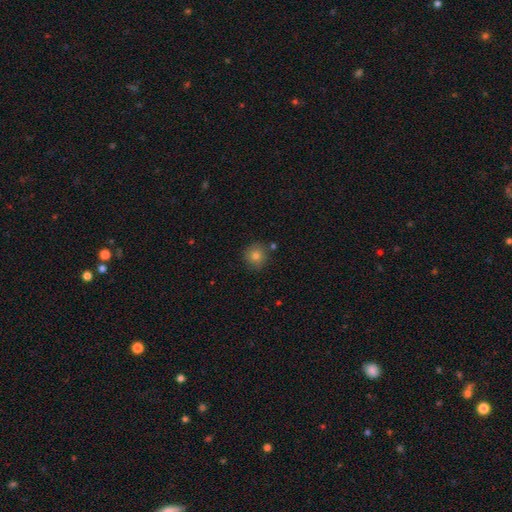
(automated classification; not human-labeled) Smooth or featured: smooth — 81% (star or artifact — 11%)
How rounded: round — 93% (in between — 6%)
Merging: none — 83% (minor disturbance — 10%)